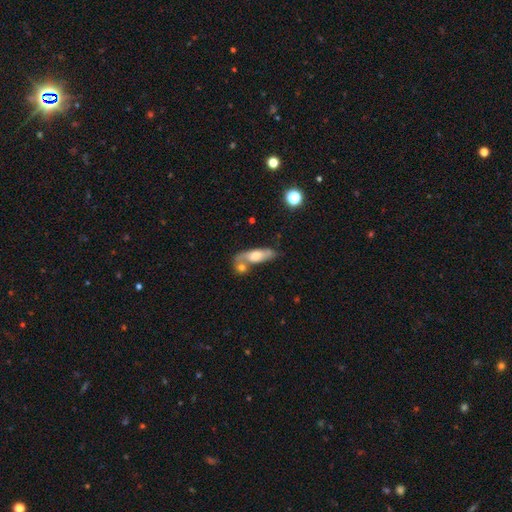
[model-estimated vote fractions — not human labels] A smooth galaxy with no disk features (56%) that is in between round and cigar-shaped (60%). Merging: none (40%).